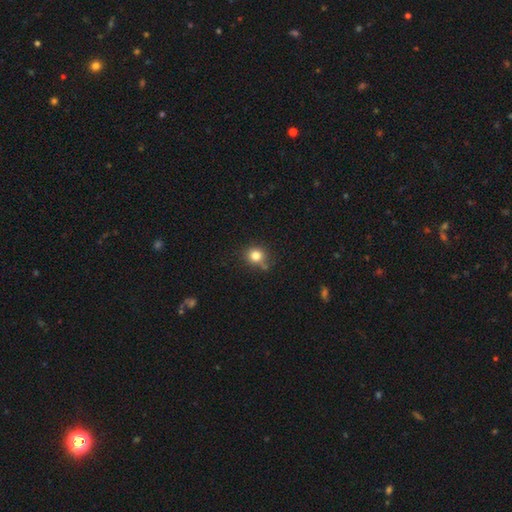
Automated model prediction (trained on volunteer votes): A smooth galaxy with no disk features (81%) that is round (83%).

Vote fractions:
- Smooth or featured? smooth: 81% / star or artifact: 12% / featured or disk: 7%
- How rounded? round: 83% / in between: 16% / cigar-shaped: 1%
- Merging? none: 70% / minor disturbance: 18% / merger: 7% / major disturbance: 5%